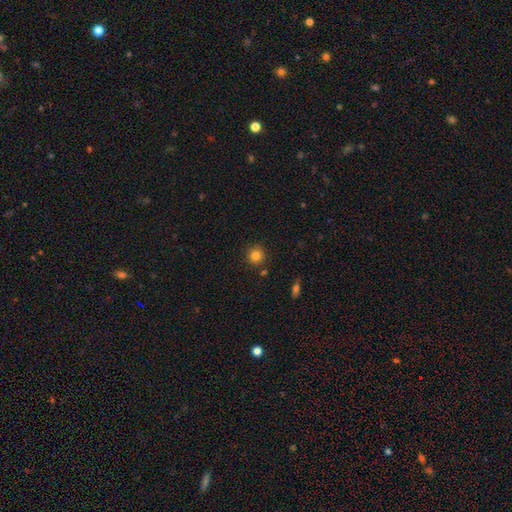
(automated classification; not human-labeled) Overall: smooth (83%). How rounded: round (93%). Merging: none (87%).